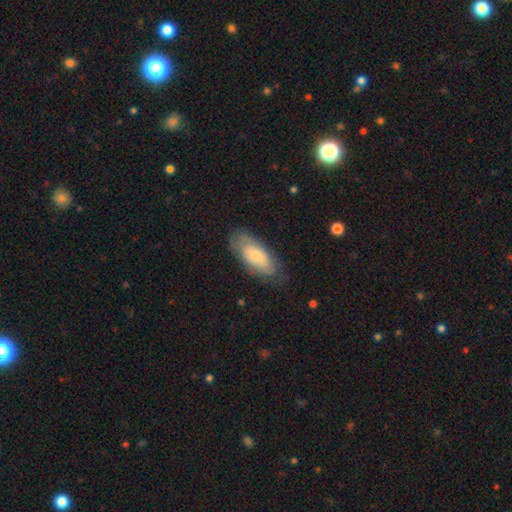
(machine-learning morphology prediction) A smooth galaxy with no disk features (61%) that is in between round and cigar-shaped (85%).

Vote fractions:
- Smooth or featured? smooth: 61% / featured or disk: 33% / star or artifact: 6%
- How rounded? in between: 85% / cigar-shaped: 12% / round: 2%
- Merging? none: 74% / minor disturbance: 19% / major disturbance: 6% / merger: 1%